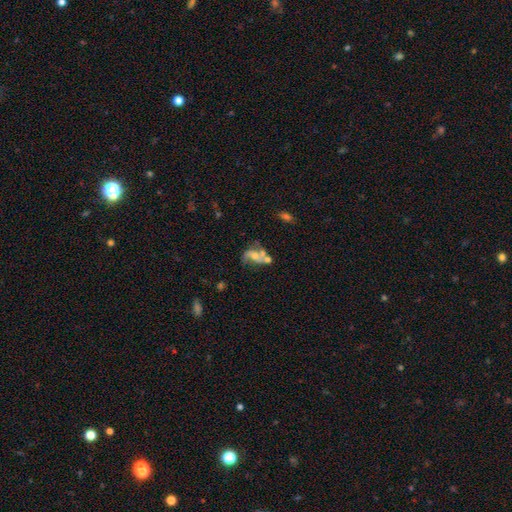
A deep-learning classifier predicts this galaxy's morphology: This appears to be a featured or disk galaxy (64%) with no bar (61%), spiral arms (73%) and a moderate central bulge (51%). Merging: merger (34%).